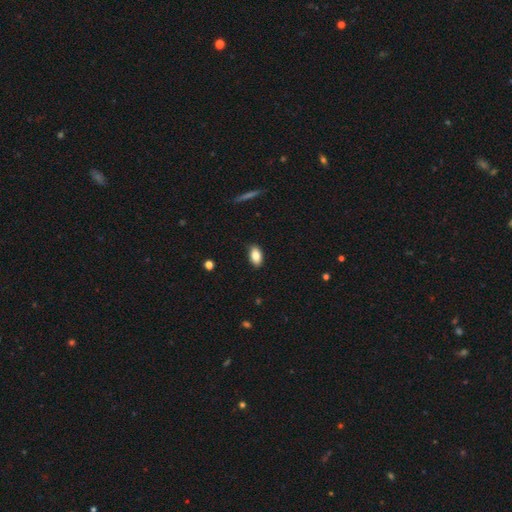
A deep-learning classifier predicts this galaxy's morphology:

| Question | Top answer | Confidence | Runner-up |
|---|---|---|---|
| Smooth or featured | smooth | 83% | featured or disk (9%) |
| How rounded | in between | 91% | round (5%) |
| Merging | none | 87% | minor disturbance (10%) |